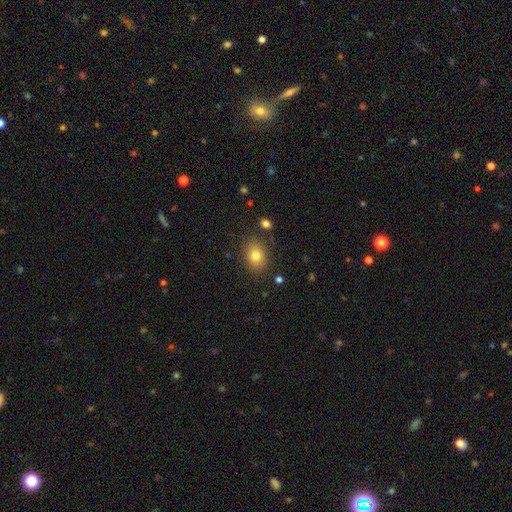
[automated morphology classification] The model was most divided on "how rounded": in between: 67%, round: 32%, cigar-shaped: 1%. More confident: merging — none (83%); smooth or featured — smooth (80%).